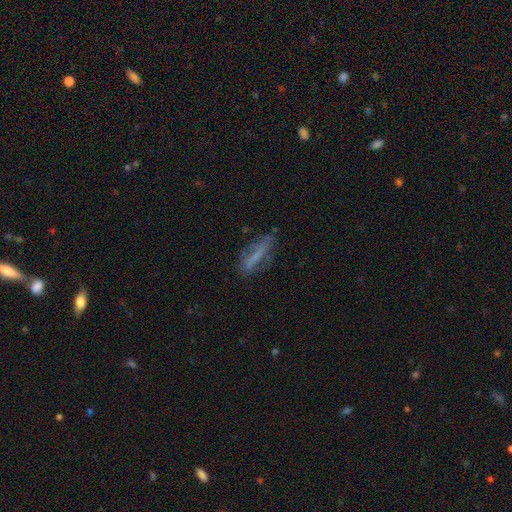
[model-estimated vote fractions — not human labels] smooth-or-featured: smooth: 49% | featured or disk: 40% | star or artifact: 11%
  merging: none: 64% | minor disturbance: 22% | major disturbance: 11% | merger: 3%